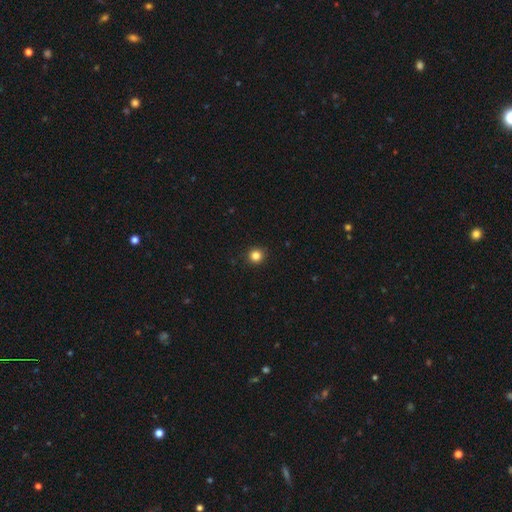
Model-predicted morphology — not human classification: Smooth or featured?
  - smooth: 84% *
  - star or artifact: 12%
  - featured or disk: 4%
How rounded?
  - round: 94% *
  - in between: 5%
  - cigar-shaped: 1%
Merging?
  - none: 93% *
  - minor disturbance: 5%
  - major disturbance: 2%
  - merger: 1%